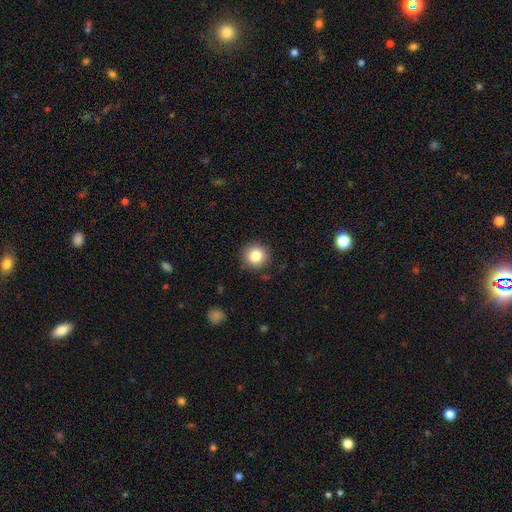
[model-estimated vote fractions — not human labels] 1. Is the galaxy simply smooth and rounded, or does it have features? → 82% smooth, 10% star or artifact, 7% featured or disk.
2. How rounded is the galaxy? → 94% round, 5% in between, 1% cigar-shaped.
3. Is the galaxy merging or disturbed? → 89% none, 7% minor disturbance, 2% major disturbance, 1% merger.